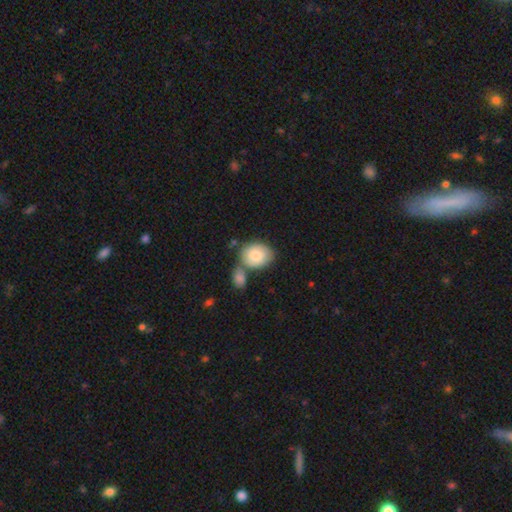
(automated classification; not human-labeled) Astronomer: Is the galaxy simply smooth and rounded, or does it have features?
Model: smooth — 78%.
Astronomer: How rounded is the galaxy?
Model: in between — 51% (runner-up: round, 48%).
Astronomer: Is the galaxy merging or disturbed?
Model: none — 46% (runner-up: merger, 34%).